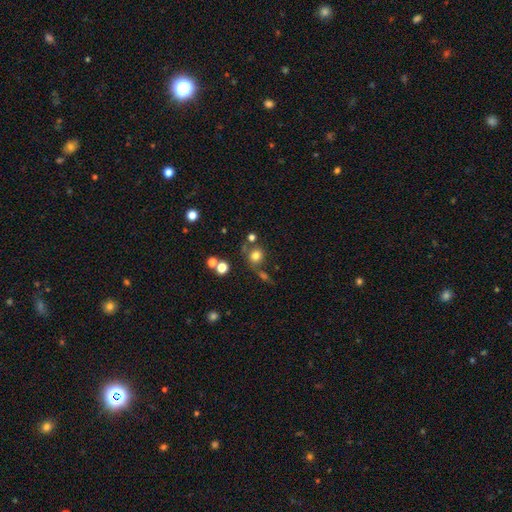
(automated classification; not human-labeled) This is likely a smooth galaxy (76%). How rounded: clearly round (85%). Merging: likely none (65%).